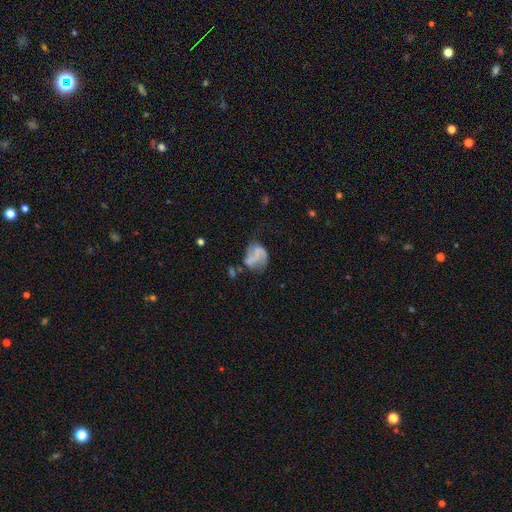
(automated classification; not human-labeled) Smooth or featured: featured or disk — 63% (smooth — 28%)
Edge-on disk: no — 98% (yes — 2%)
Bar: no — 50% (weak — 35%)
Spiral arms: yes — 80% (no — 20%)
Bulge size: none — 63% (small — 24%)
Merging: none — 43% (minor disturbance — 25%)